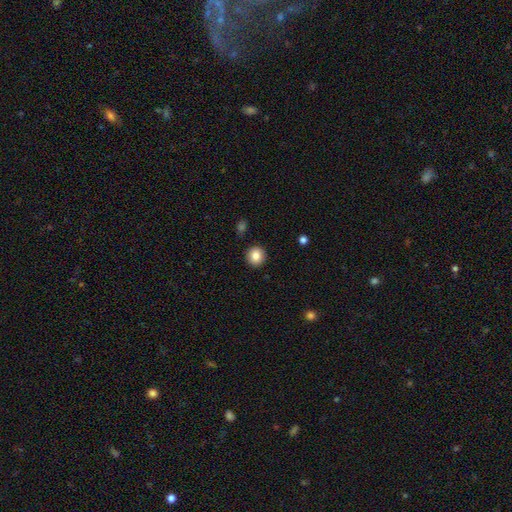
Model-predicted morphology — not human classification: smooth-or-featured: smooth: 85% | star or artifact: 9% | featured or disk: 5%
  how-rounded: round: 92% | in between: 8% | cigar-shaped: 1%
  merging: none: 92% | minor disturbance: 5% | major disturbance: 2% | merger: 1%